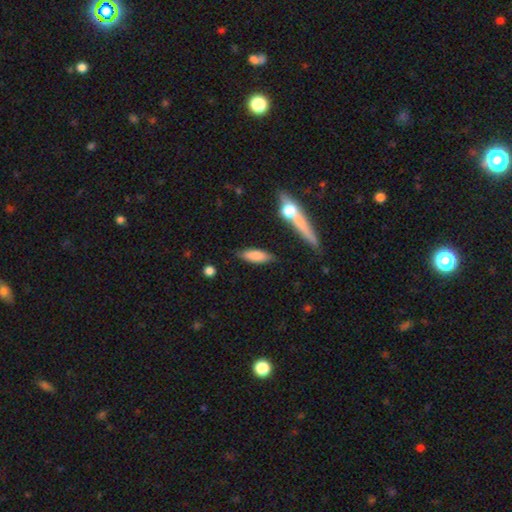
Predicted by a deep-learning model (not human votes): Smooth or featured? Predicted: smooth (p=0.80). How rounded? Predicted: in between (p=0.51). Merging? Predicted: none (p=0.79).